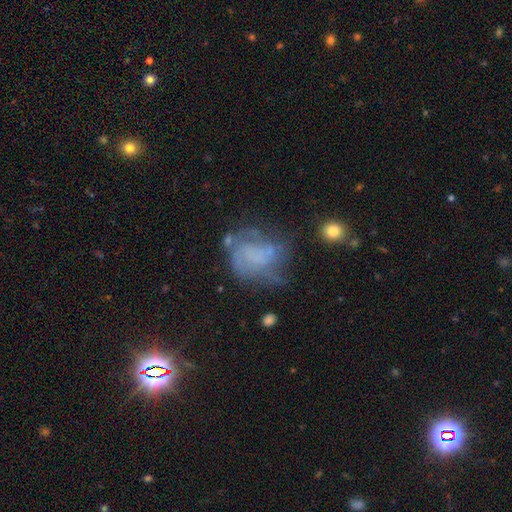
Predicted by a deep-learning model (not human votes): featured or disk 54%, smooth 31%, star or artifact 15%. Down the decision tree: edge-on disk — no (98%); bar — no (80%); spiral arms — yes (51%); bulge size — none (73%); merging — none (41%).